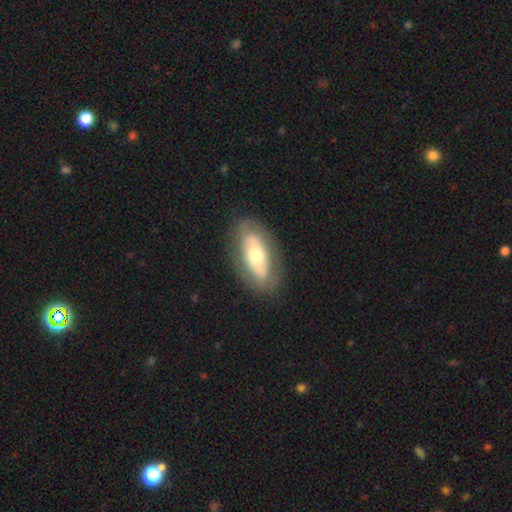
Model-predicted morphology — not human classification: This appears to be a featured or disk galaxy (50%). Merging: none (81%).